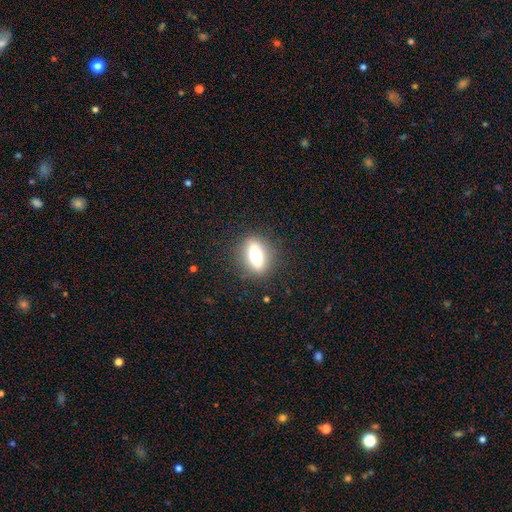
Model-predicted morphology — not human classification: Smooth or featured?
  - smooth: 59% *
  - featured or disk: 32%
  - star or artifact: 10%
How rounded?
  - in between: 59% *
  - cigar-shaped: 30%
  - round: 11%
Merging?
  - none: 85% *
  - minor disturbance: 10%
  - major disturbance: 4%
  - merger: 1%